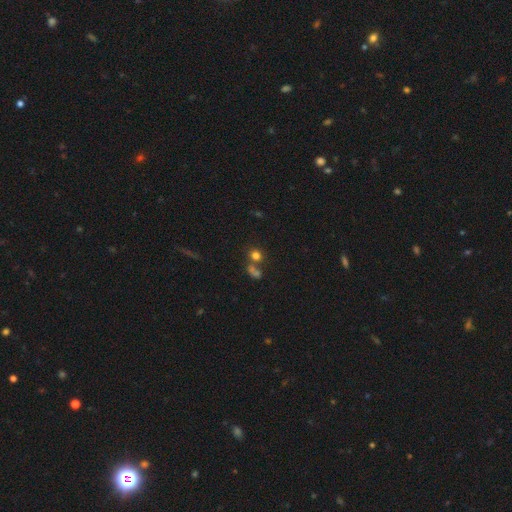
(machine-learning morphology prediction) smooth-or-featured: smooth: 72% | star or artifact: 19% | featured or disk: 10%
  how-rounded: round: 81% | in between: 17% | cigar-shaped: 1%
  merging: none: 54% | merger: 32% | minor disturbance: 8% | major disturbance: 5%